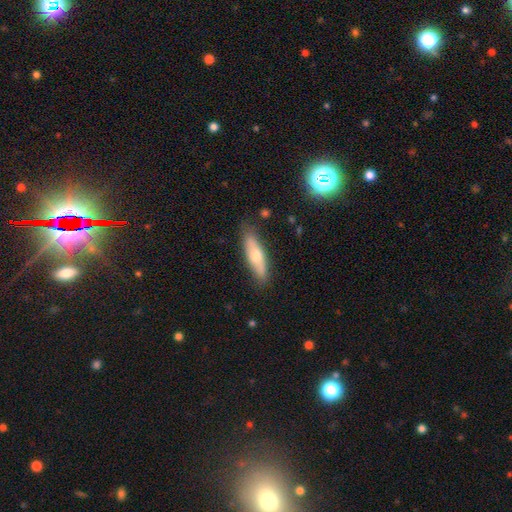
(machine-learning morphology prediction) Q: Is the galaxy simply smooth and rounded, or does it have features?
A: smooth — 55%.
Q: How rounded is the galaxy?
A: cigar-shaped — 57%.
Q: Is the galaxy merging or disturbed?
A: none — 82%.